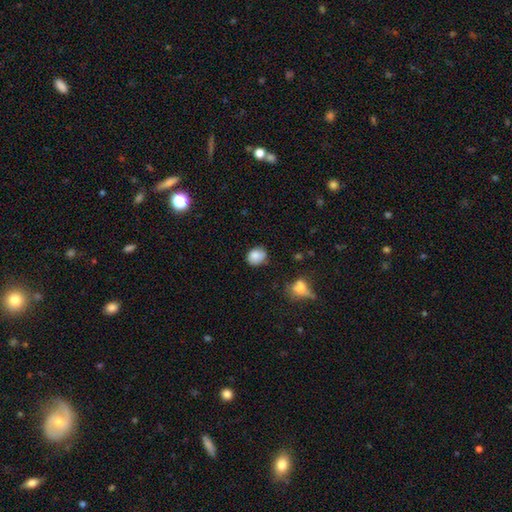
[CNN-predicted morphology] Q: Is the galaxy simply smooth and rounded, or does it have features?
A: smooth — 83%.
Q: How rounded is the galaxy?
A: round — 53%.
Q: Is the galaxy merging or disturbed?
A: none — 69%.